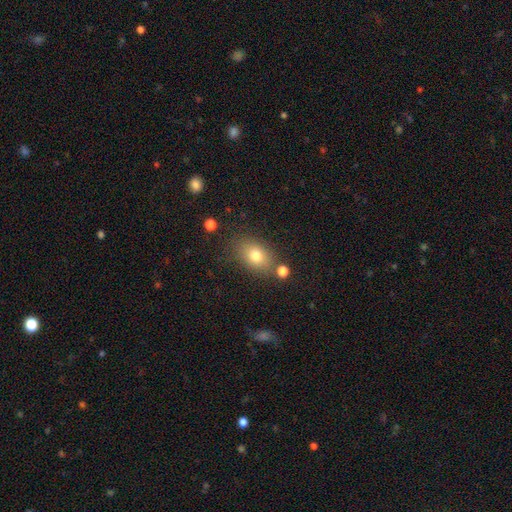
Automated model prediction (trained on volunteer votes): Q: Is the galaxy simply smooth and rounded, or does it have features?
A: smooth — 77%.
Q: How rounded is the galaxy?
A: in between — 76%.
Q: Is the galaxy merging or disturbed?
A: none — 75%.